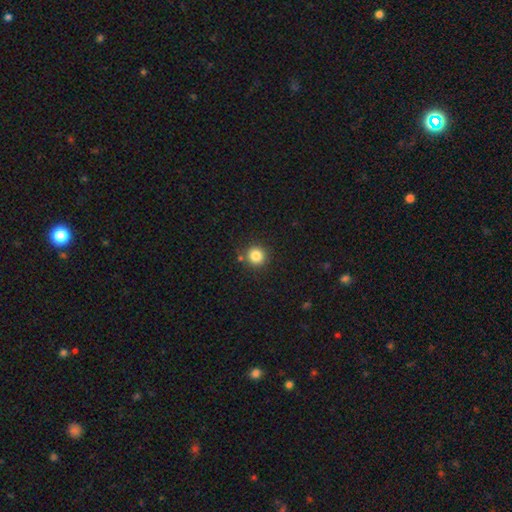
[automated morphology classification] smooth_or_featured: smooth (p=0.84) [alt: star or artifact p=0.12]
how_rounded: round (p=0.94) [alt: in between p=0.05]
merging: none (p=0.85) [alt: minor disturbance p=0.07]